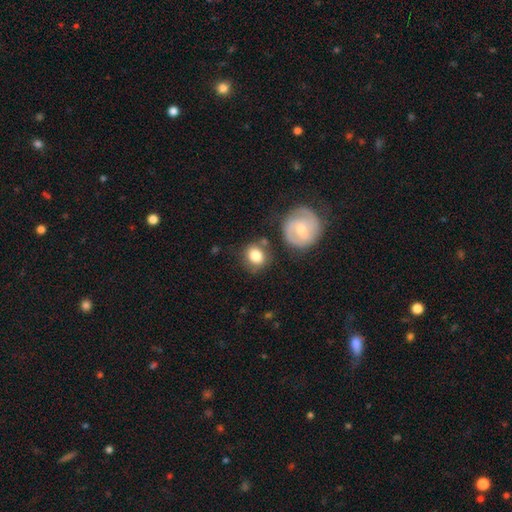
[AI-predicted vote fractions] The model was most divided on "merging": none: 65%, minor disturbance: 18%, merger: 10%, major disturbance: 6%. More confident: smooth or featured — smooth (77%); how rounded — round (74%).